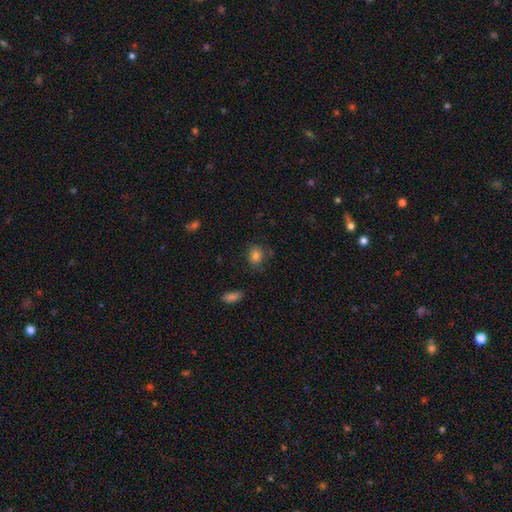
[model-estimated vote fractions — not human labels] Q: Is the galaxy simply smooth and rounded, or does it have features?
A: smooth — 81%.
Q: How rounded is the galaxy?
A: round — 65%.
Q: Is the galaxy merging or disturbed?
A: none — 72%.